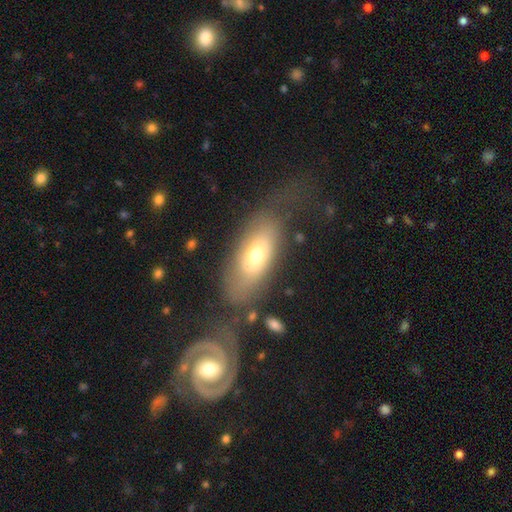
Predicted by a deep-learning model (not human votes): Smooth or featured? Predicted: smooth (p=0.61). How rounded? Predicted: in between (p=0.84). Merging? Predicted: none (p=0.55).